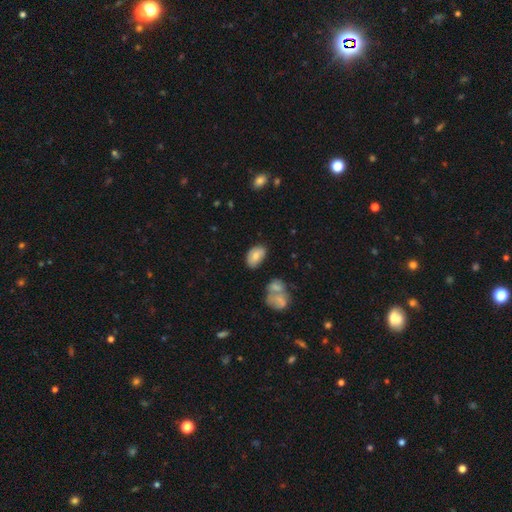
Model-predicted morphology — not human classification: A smooth galaxy with no disk features (72%) that is in between round and cigar-shaped (90%). Merging: none (71%).